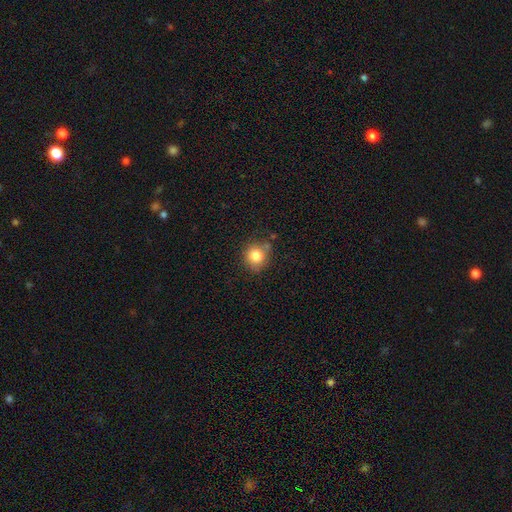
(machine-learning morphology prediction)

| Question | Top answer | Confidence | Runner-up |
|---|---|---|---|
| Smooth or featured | smooth | 82% | star or artifact (11%) |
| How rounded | round | 85% | in between (14%) |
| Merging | none | 73% | minor disturbance (17%) |